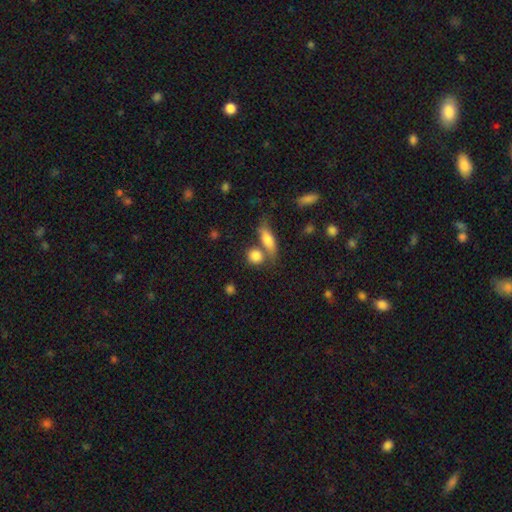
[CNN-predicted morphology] This is clearly a smooth galaxy (83%). How rounded: likely round (62%). Merging: possibly none (51%).